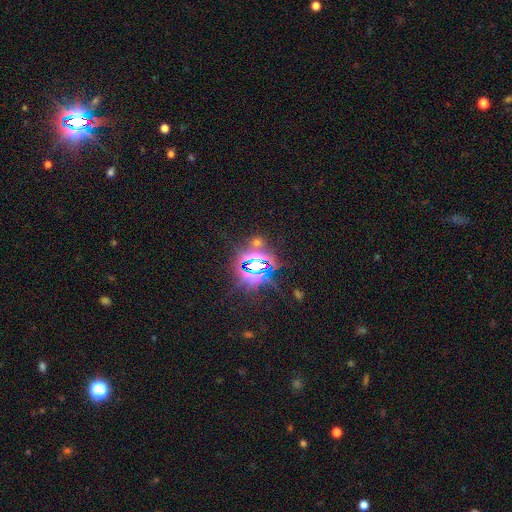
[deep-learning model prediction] smooth-or-featured: star or artifact: 77% | smooth: 17% | featured or disk: 6%